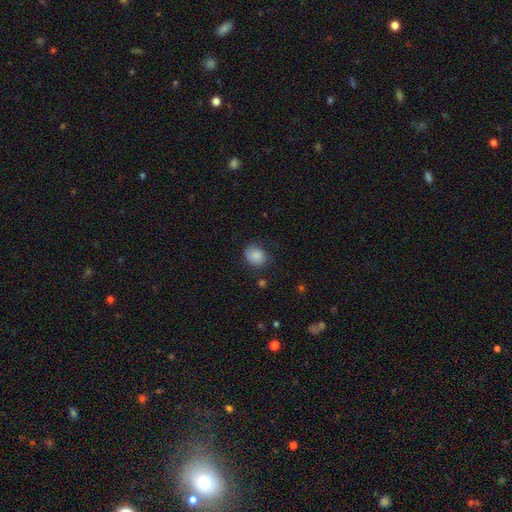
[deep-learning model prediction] Overall: smooth (85%). How rounded: round (55%; in between 44%). Merging: none (70%).